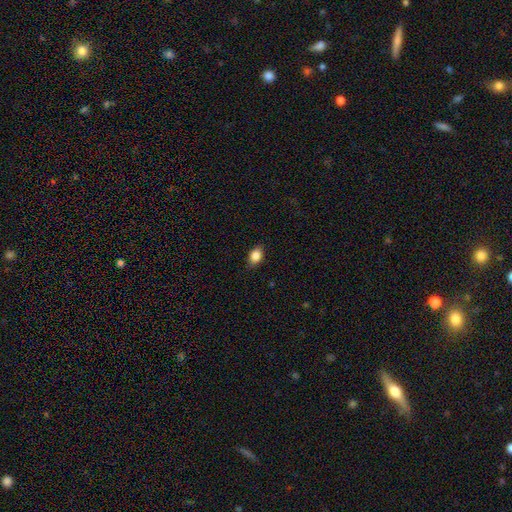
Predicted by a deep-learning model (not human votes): The model was most divided on "how rounded": in between: 81%, round: 17%, cigar-shaped: 2%. More confident: smooth or featured — smooth (86%); merging — none (85%).